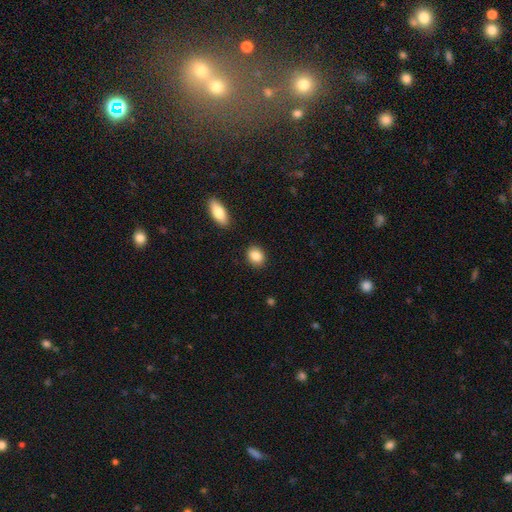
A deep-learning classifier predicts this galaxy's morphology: Overall: smooth (87%). How rounded: round (54%; in between 44%). Merging: none (88%).